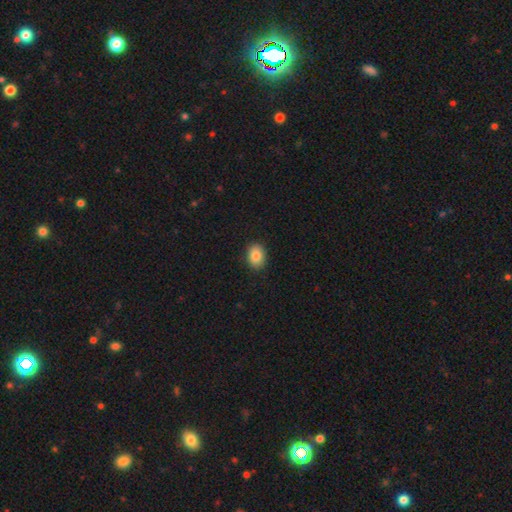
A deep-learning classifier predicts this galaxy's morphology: Q: Smooth or featured?
A: smooth (86%); runner-up: star or artifact (8%)
Q: How rounded?
A: in between (67%); runner-up: round (32%)
Q: Merging?
A: none (89%); runner-up: minor disturbance (8%)